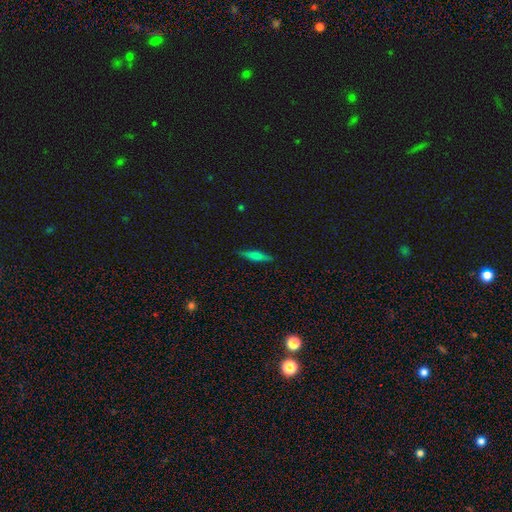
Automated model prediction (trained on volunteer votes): Smooth or featured?
  - smooth: 60% *
  - featured or disk: 31%
  - star or artifact: 8%
How rounded?
  - cigar-shaped: 77% *
  - in between: 21%
  - round: 2%
Merging?
  - none: 87% *
  - minor disturbance: 10%
  - major disturbance: 2%
  - merger: 1%